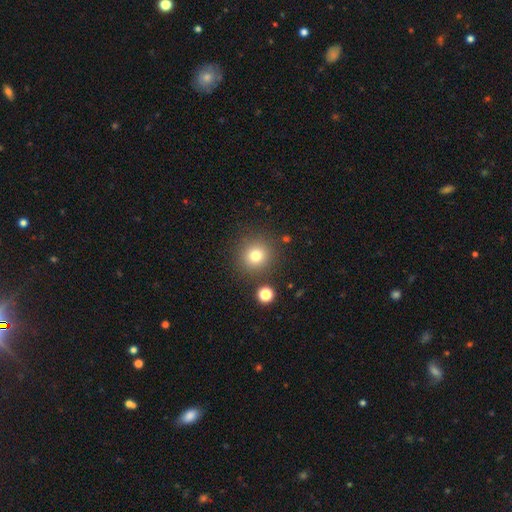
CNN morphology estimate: smooth_or_featured: smooth (p=0.78) [alt: star or artifact p=0.14]
how_rounded: round (p=0.93) [alt: in between p=0.06]
merging: none (p=0.86) [alt: minor disturbance p=0.07]